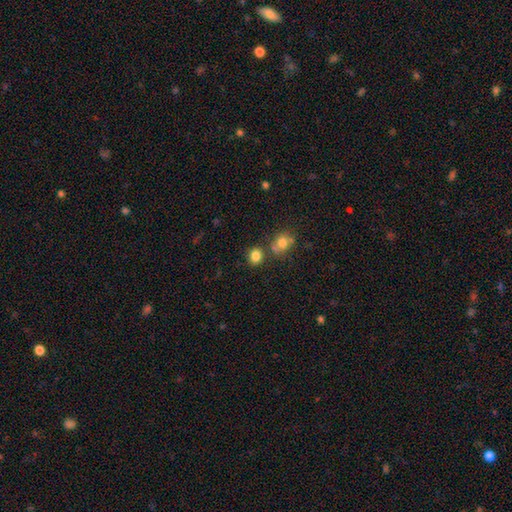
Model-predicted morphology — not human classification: This is clearly a smooth galaxy (81%). How rounded: likely round (68%). Merging: likely none (71%).